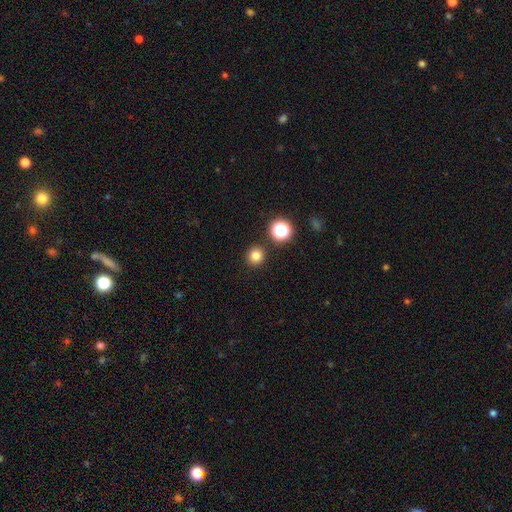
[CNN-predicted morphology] Overall: smooth (80%). How rounded: round (93%). Merging: none (90%).